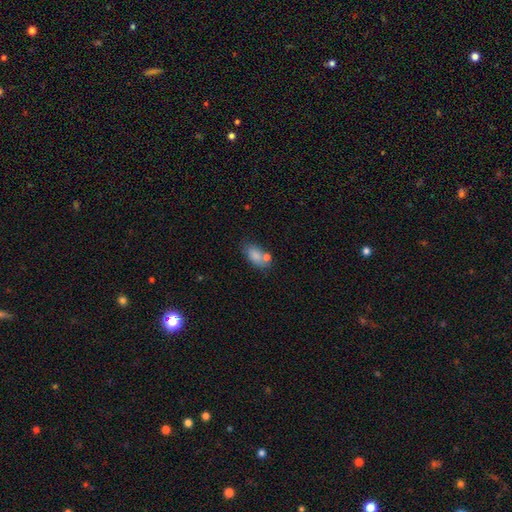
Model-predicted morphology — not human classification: smooth-or-featured: smooth: 81% | featured or disk: 10% | star or artifact: 9%
  how-rounded: in between: 88% | round: 8% | cigar-shaped: 4%
  merging: none: 55% | merger: 22% | minor disturbance: 17% | major disturbance: 6%